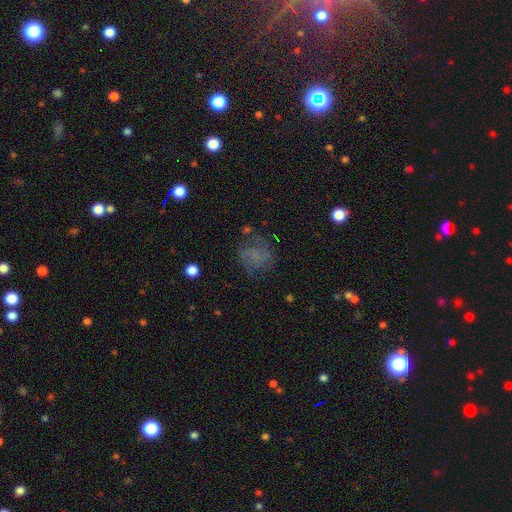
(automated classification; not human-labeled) Smooth or featured? Predicted: featured or disk (p=0.43). Merging? Predicted: none (p=0.63).